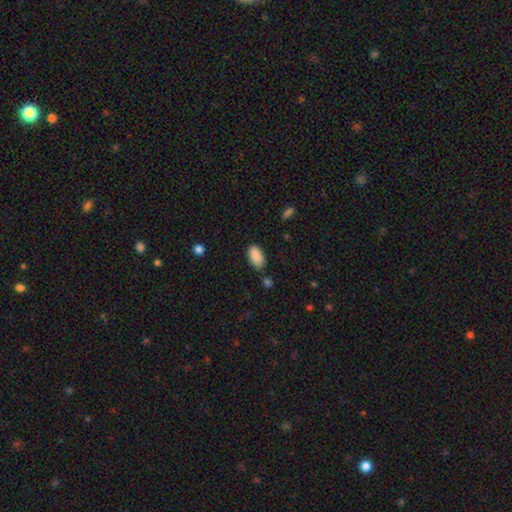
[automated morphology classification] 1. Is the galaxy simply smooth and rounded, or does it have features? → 89% smooth, 7% star or artifact, 4% featured or disk.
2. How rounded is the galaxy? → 94% in between, 3% round, 3% cigar-shaped.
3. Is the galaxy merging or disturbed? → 78% none, 15% minor disturbance, 4% merger, 3% major disturbance.